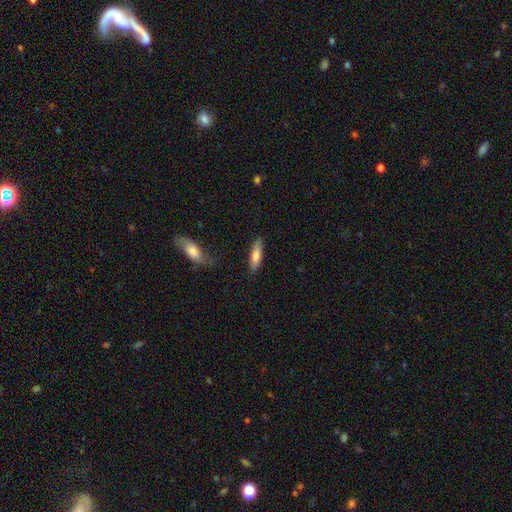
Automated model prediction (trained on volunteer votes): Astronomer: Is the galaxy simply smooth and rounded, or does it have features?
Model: smooth — 75%.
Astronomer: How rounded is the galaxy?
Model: cigar-shaped — 61% (runner-up: in between, 37%).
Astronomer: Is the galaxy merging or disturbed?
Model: none — 80%.